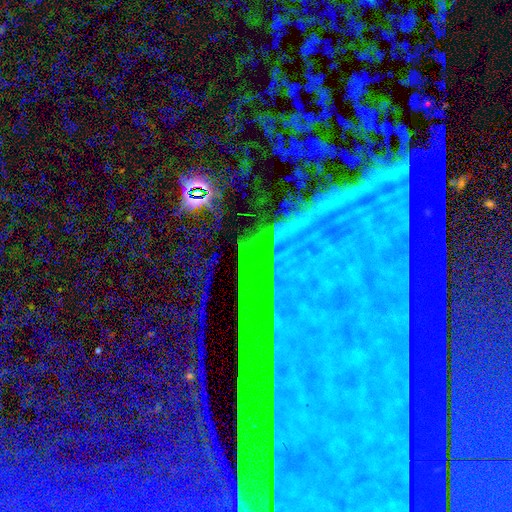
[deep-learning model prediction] The model was most divided on "smooth or featured": star or artifact: 76%, featured or disk: 14%, smooth: 10%.